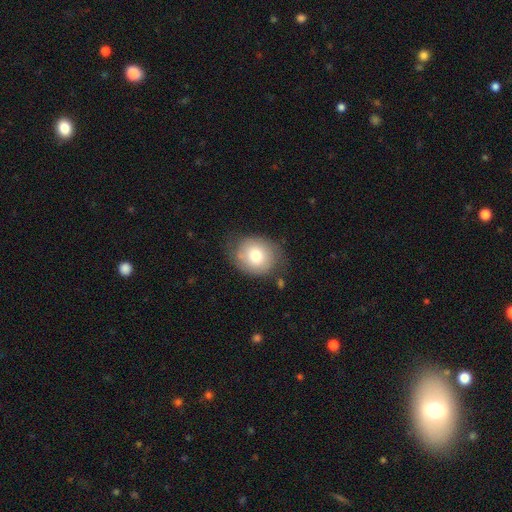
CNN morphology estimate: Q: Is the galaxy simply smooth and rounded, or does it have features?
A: smooth — 69%.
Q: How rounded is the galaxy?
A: round — 68%.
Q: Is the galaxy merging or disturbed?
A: none — 70%.